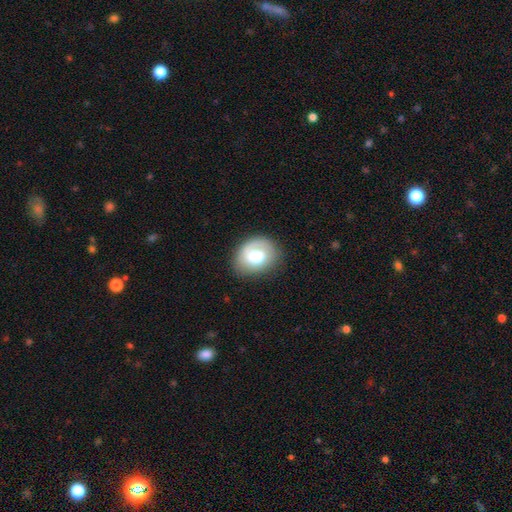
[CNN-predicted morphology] smooth 60%, featured or disk 33%, star or artifact 7%. Down the decision tree: how rounded — in between (51%); merging — none (72%).